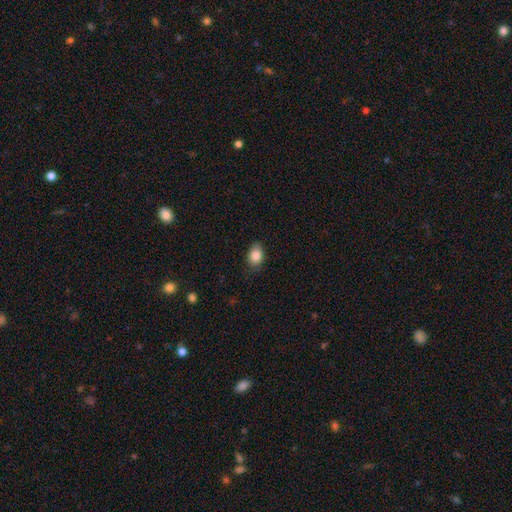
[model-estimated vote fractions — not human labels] A smooth galaxy with no disk features (86%) that is in between round and cigar-shaped (79%).

Vote fractions:
- Smooth or featured? smooth: 86% / star or artifact: 8% / featured or disk: 6%
- How rounded? in between: 79% / round: 20% / cigar-shaped: 1%
- Merging? none: 81% / minor disturbance: 15% / major disturbance: 3% / merger: 1%